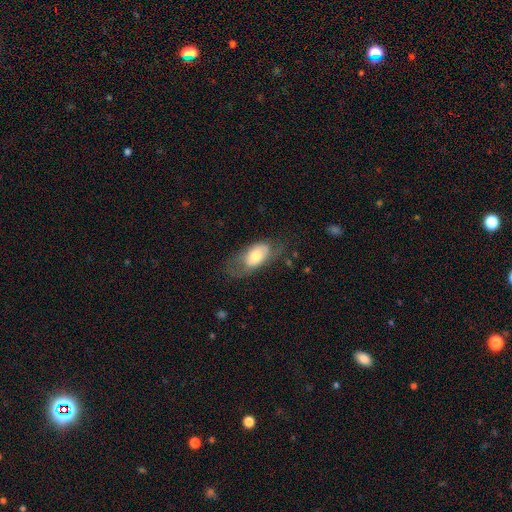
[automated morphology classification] smooth-or-featured: smooth: 58% | featured or disk: 35% | star or artifact: 6%
  how-rounded: in between: 90% | round: 6% | cigar-shaped: 4%
  merging: none: 49% | minor disturbance: 27% | major disturbance: 22% | merger: 2%